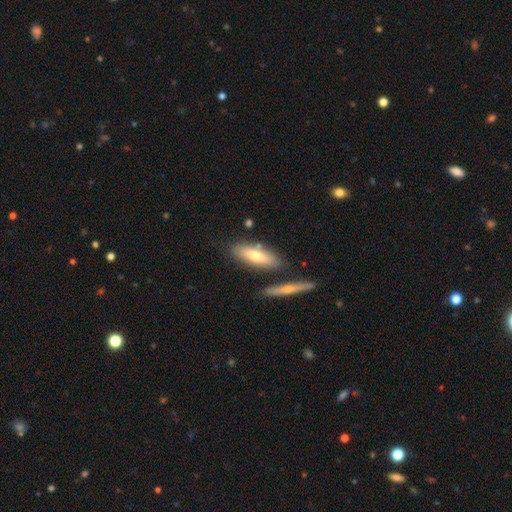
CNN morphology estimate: smooth-or-featured: smooth: 59% | featured or disk: 33% | star or artifact: 7%
  how-rounded: in between: 52% | cigar-shaped: 46% | round: 2%
  merging: none: 71% | minor disturbance: 13% | merger: 12% | major disturbance: 3%